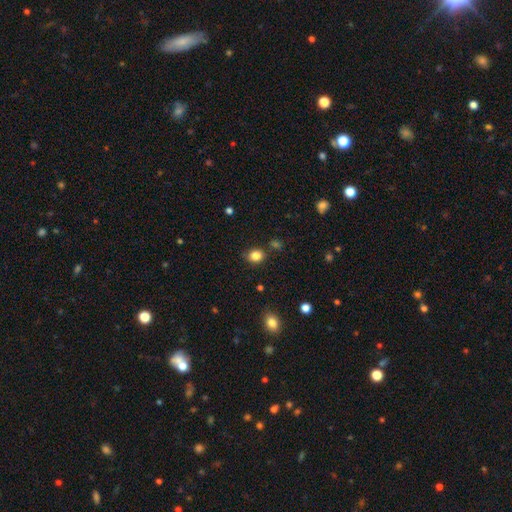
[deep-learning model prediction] Smooth or featured? Predicted: smooth (p=0.84). How rounded? Predicted: round (p=0.57). Merging? Predicted: none (p=0.80).